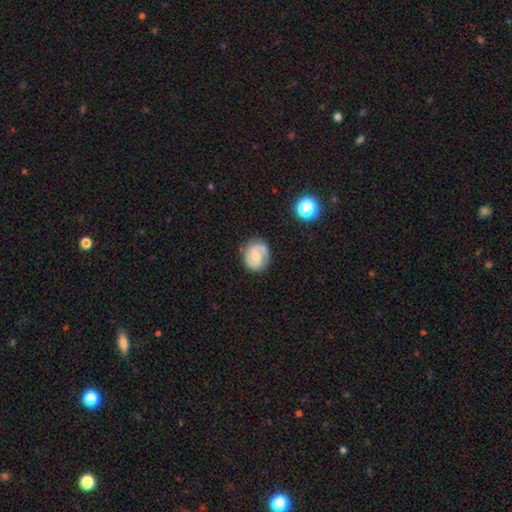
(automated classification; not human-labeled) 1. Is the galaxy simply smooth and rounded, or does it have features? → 71% featured or disk, 22% smooth, 7% star or artifact.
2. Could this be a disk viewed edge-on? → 98% no, 2% yes.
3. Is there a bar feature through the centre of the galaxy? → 56% no, 38% weak, 6% strong.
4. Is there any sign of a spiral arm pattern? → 94% yes, 6% no.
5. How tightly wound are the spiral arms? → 44% medium, 42% tight, 14% loose.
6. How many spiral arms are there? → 80% 2, 8% can't tell, 8% 1, 2% 3, 1% 4, 1% more than 4.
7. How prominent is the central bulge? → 48% small, 39% moderate, 9% none, 3% large, 1% dominant.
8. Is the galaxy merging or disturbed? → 77% none, 16% minor disturbance, 5% major disturbance, 2% merger.